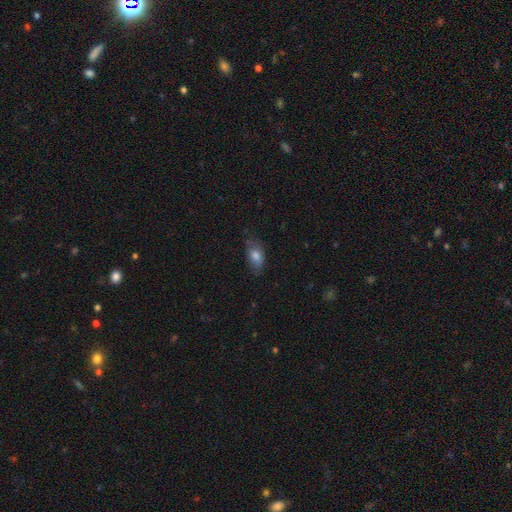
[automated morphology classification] This appears to be a smooth galaxy with no disk features (78%) that is in between round and cigar-shaped (88%). Merging: none (69%).